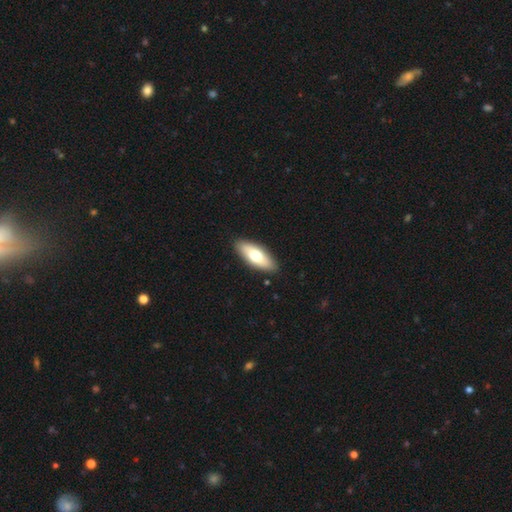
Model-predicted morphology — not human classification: smooth 67%, featured or disk 28%, star or artifact 5%. Down the decision tree: how rounded — in between (76%); merging — none (89%).